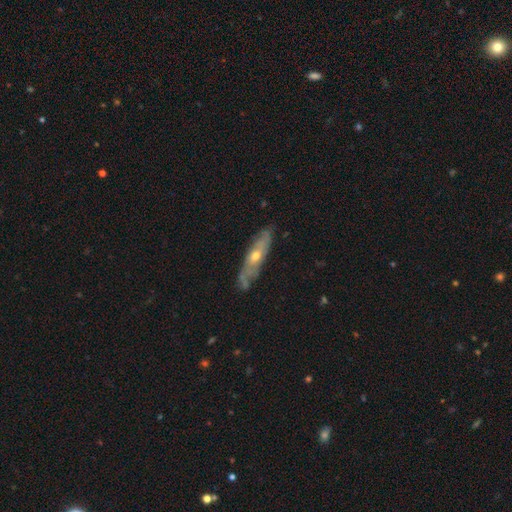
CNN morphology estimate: This is likely a featured or disk galaxy (69%). It is possibly viewed edge-on (53%). Merging: likely none (77%).